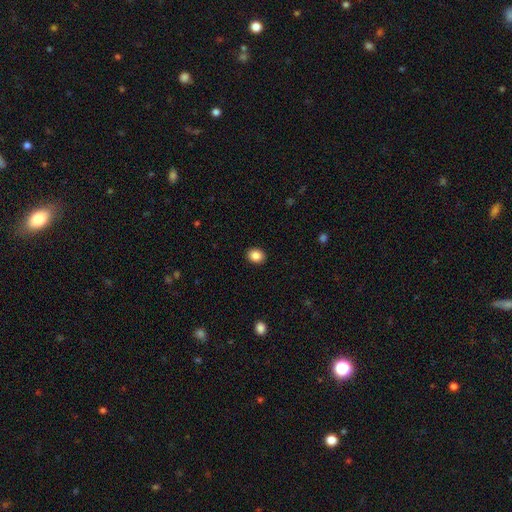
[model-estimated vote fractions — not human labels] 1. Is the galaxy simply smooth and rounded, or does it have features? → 86% smooth, 9% star or artifact, 5% featured or disk.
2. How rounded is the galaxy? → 54% round, 45% in between, 1% cigar-shaped.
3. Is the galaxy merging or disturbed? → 91% none, 6% minor disturbance, 2% major disturbance, 1% merger.